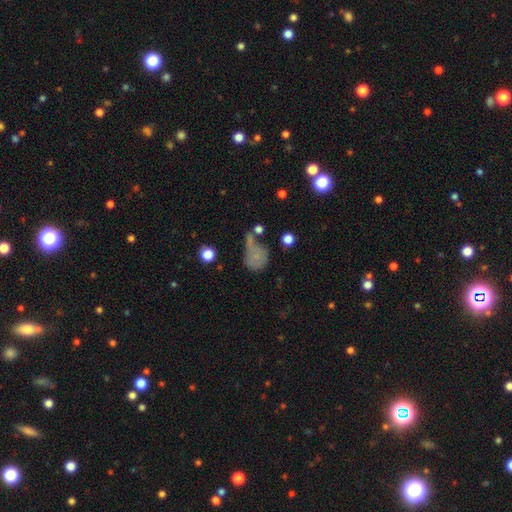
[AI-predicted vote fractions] Smooth or featured?
  - smooth: 65% *
  - featured or disk: 20%
  - star or artifact: 14%
How rounded?
  - round: 64% *
  - in between: 34%
  - cigar-shaped: 2%
Merging?
  - none: 34% *
  - major disturbance: 23%
  - minor disturbance: 22%
  - merger: 21%